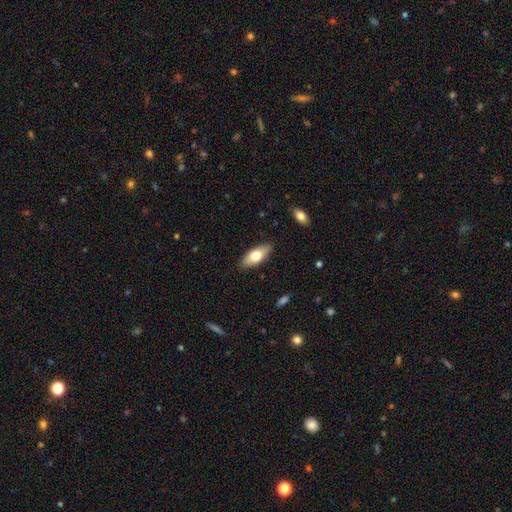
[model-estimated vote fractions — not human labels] Smooth or featured? Predicted: smooth (p=0.72). How rounded? Predicted: in between (p=0.82). Merging? Predicted: none (p=0.87).